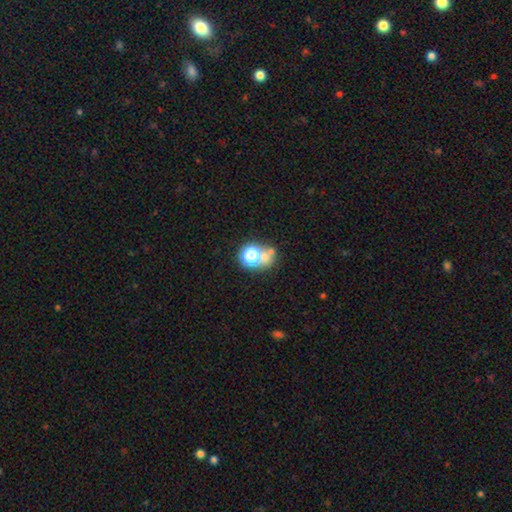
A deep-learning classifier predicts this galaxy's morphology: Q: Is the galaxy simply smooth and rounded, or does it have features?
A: smooth — 48%.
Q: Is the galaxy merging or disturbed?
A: none — 50%.